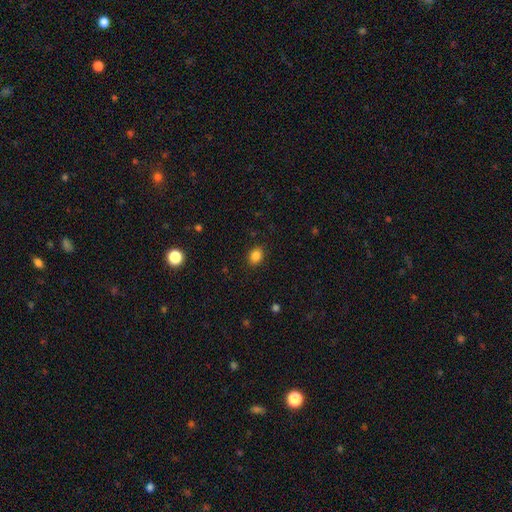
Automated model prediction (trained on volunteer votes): Q: Smooth or featured?
A: smooth (85%); runner-up: star or artifact (10%)
Q: How rounded?
A: in between (55%); runner-up: round (44%)
Q: Merging?
A: none (88%); runner-up: minor disturbance (8%)